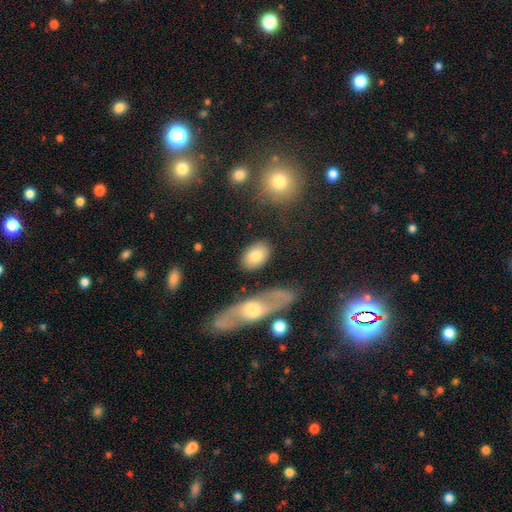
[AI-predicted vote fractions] smooth_or_featured: smooth (p=0.80) [alt: featured or disk p=0.13]
how_rounded: in between (p=0.85) [alt: round p=0.13]
merging: none (p=0.80) [alt: minor disturbance p=0.11]